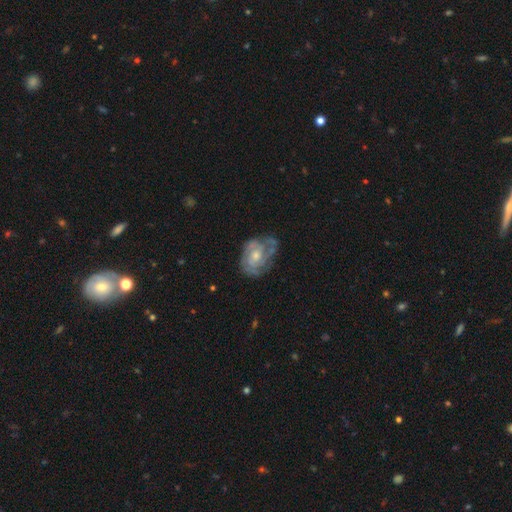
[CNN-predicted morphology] type=featured or disk (77%); edge-on=no (97%); bar=no (73%); spiral arms=yes (84%); winding=tight (55%); arm count=can't tell (38%); bulge=moderate (54%); merging=none (59%).